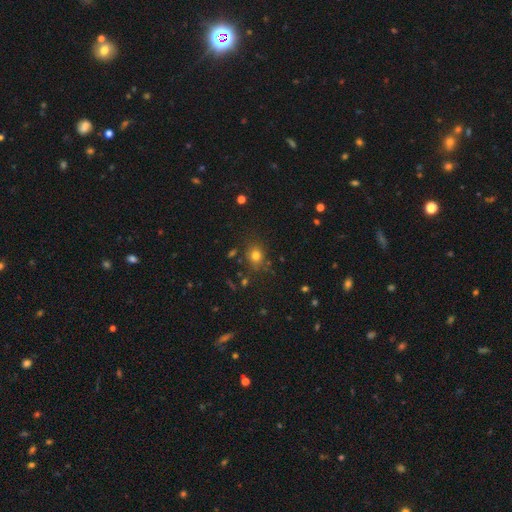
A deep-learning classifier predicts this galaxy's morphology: Smooth or featured? Predicted: smooth (p=0.76). How rounded? Predicted: round (p=0.67). Merging? Predicted: none (p=0.79).